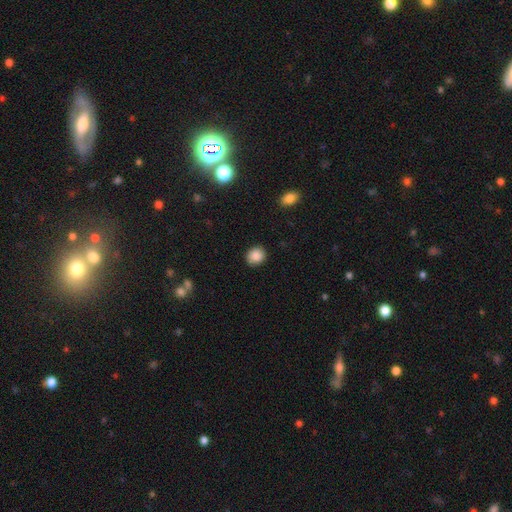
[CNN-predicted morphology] smooth-or-featured: smooth: 88% | star or artifact: 8% | featured or disk: 4%
  how-rounded: round: 81% | in between: 19% | cigar-shaped: 1%
  merging: none: 88% | minor disturbance: 8% | major disturbance: 2% | merger: 1%